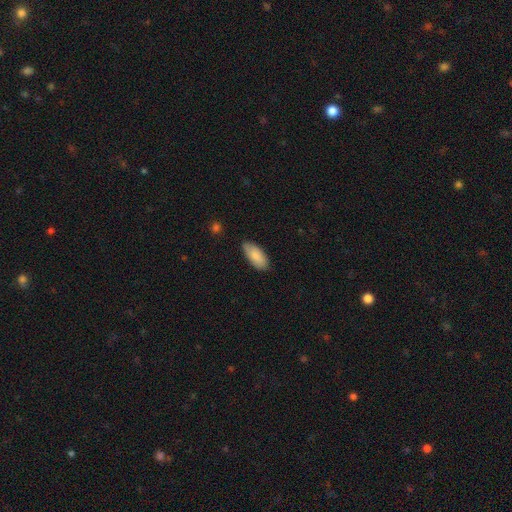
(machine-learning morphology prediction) smooth_or_featured: smooth (p=0.87) [alt: featured or disk p=0.08]
how_rounded: in between (p=0.88) [alt: cigar-shaped p=0.10]
merging: none (p=0.81) [alt: minor disturbance p=0.15]